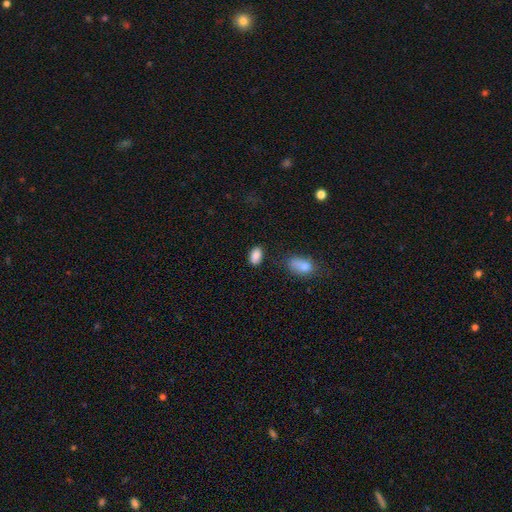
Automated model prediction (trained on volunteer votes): The model was most divided on "merging": none: 79%, minor disturbance: 13%, merger: 4%, major disturbance: 4%. More confident: how rounded — in between (91%); smooth or featured — smooth (88%).